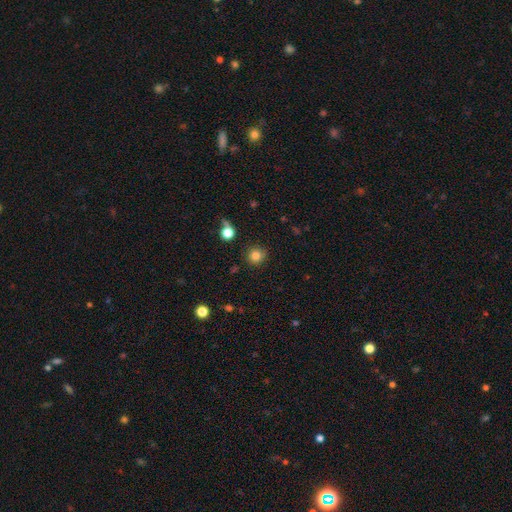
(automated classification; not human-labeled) Smooth or featured? smooth (82%)
How rounded? round (91%)
Merging? none (86%)